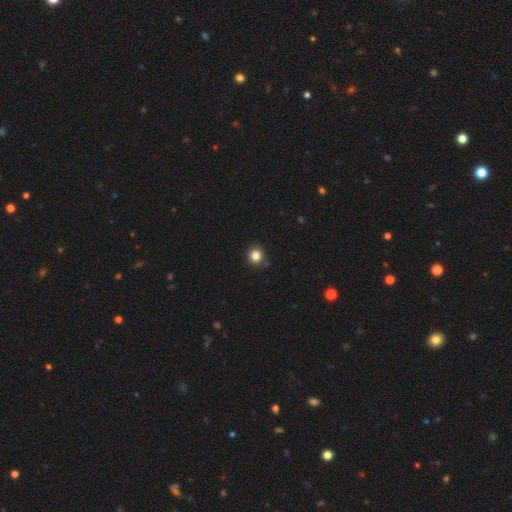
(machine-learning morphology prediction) type=smooth (83%); roundness=round (90%); merging=none (86%).